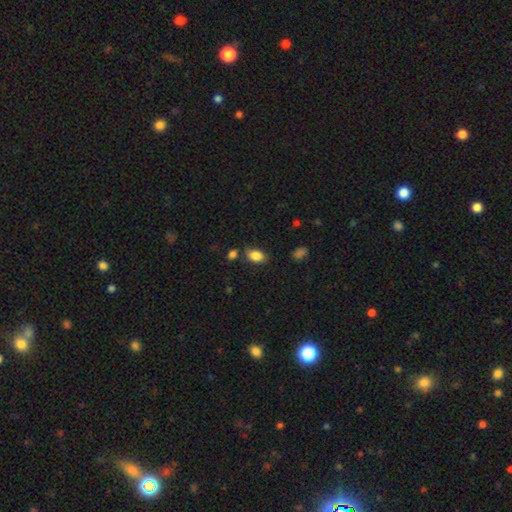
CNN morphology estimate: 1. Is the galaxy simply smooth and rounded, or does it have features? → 86% smooth, 9% star or artifact, 6% featured or disk.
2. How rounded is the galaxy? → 86% in between, 12% round, 2% cigar-shaped.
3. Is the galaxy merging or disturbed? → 72% none, 17% minor disturbance, 7% merger, 4% major disturbance.